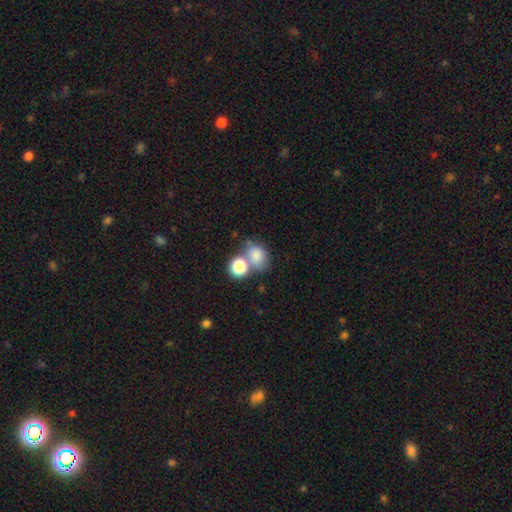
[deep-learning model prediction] Q: Smooth or featured?
A: smooth (80%); runner-up: star or artifact (11%)
Q: How rounded?
A: in between (55%); runner-up: round (44%)
Q: Merging?
A: merger (41%); runner-up: none (40%)